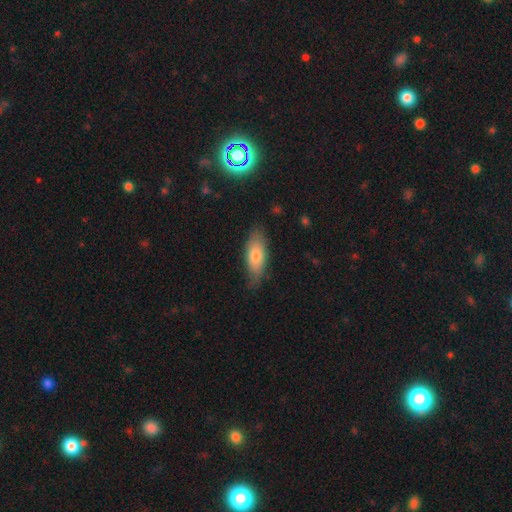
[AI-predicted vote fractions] smooth_or_featured: smooth (p=0.72) [alt: featured or disk p=0.21]
how_rounded: in between (p=0.71) [alt: cigar-shaped p=0.27]
merging: none (p=0.75) [alt: minor disturbance p=0.20]